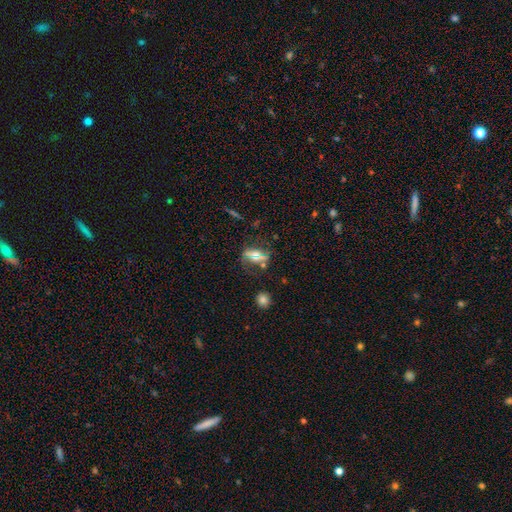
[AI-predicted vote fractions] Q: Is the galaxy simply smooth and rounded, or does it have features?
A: featured or disk — 42%.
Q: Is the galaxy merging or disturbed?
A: none — 54%.